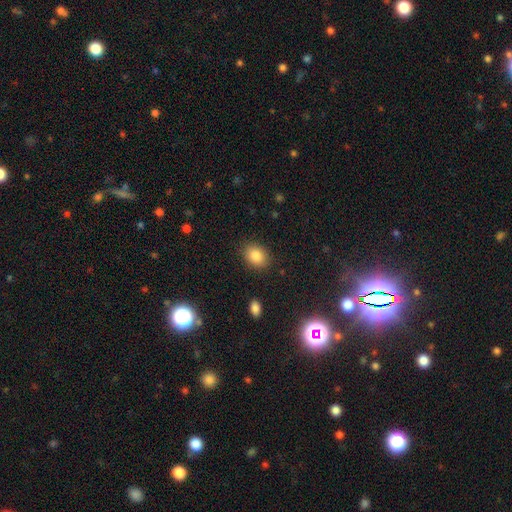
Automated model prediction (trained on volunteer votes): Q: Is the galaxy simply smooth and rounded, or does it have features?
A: smooth — 84%.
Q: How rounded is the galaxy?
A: in between — 59%.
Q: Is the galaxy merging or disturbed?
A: none — 87%.